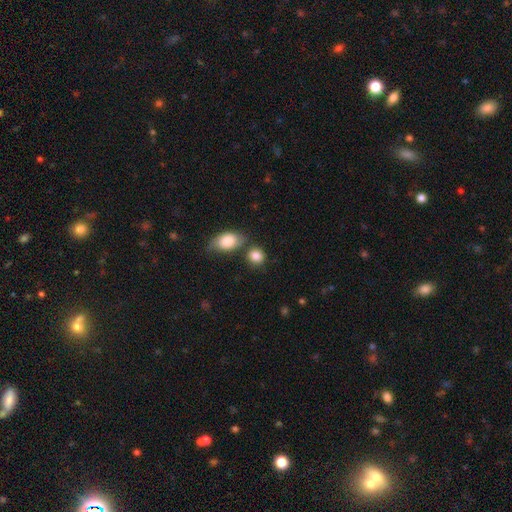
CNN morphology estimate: type=smooth (86%); roundness=round (69%); merging=none (63%).